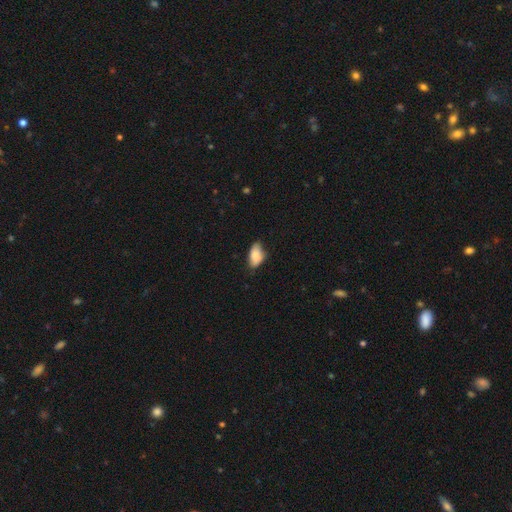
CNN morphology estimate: This is clearly a smooth galaxy (84%). How rounded: clearly in between (92%). Merging: possibly none (59%).